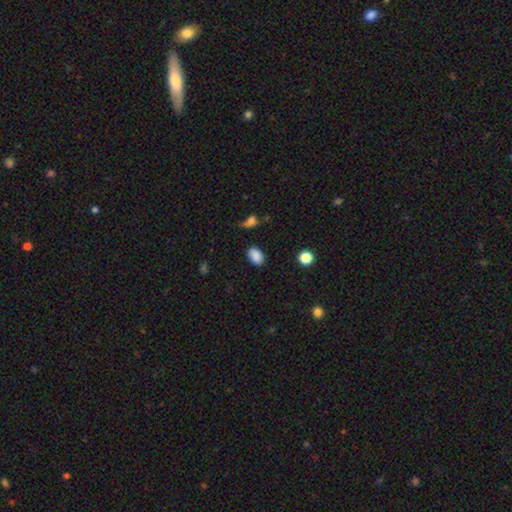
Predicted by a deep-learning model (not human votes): A smooth galaxy with no disk features (87%) that is in between round and cigar-shaped (84%).

Vote fractions:
- Smooth or featured? smooth: 87% / star or artifact: 9% / featured or disk: 4%
- How rounded? in between: 84% / round: 15% / cigar-shaped: 1%
- Merging? none: 83% / minor disturbance: 11% / major disturbance: 3% / merger: 2%